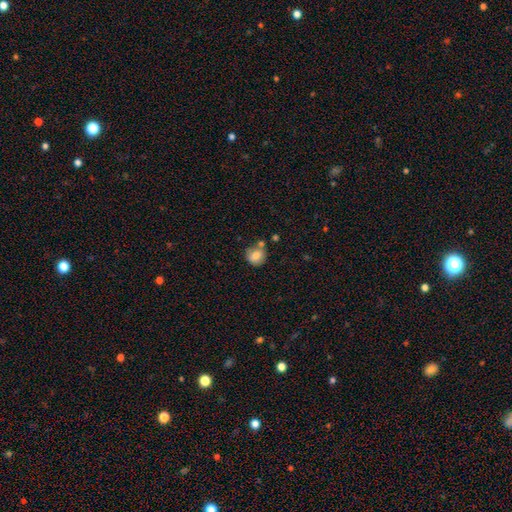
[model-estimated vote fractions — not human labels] This appears to be a smooth galaxy with no disk features (77%) that is round (83%). Merging: none (60%).